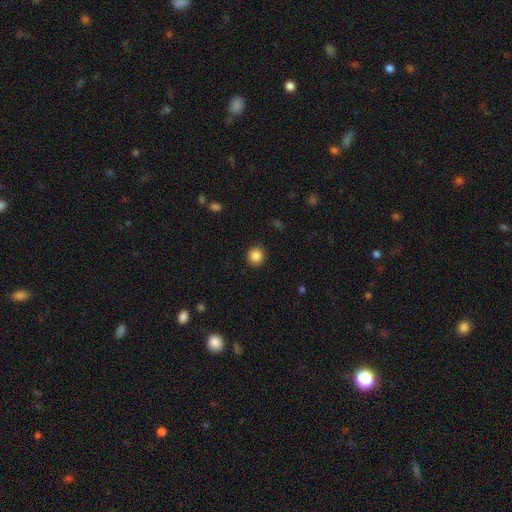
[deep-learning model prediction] A smooth galaxy with no disk features (86%) that is round (93%). Merging: none (92%).